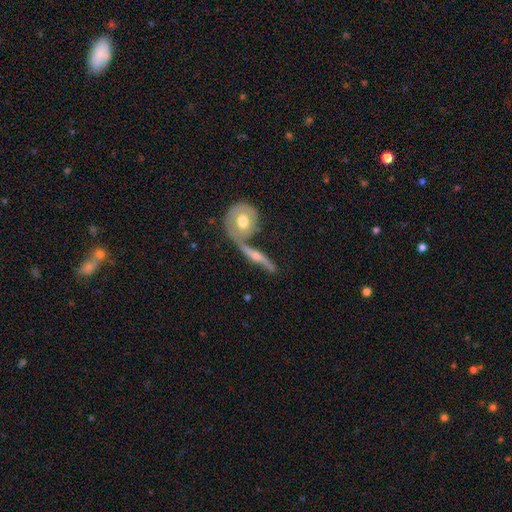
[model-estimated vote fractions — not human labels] Q: Smooth or featured?
A: featured or disk (73%); runner-up: smooth (20%)
Q: Edge-on disk?
A: yes (64%); runner-up: no (36%)
Q: Merging?
A: none (44%); runner-up: merger (36%)